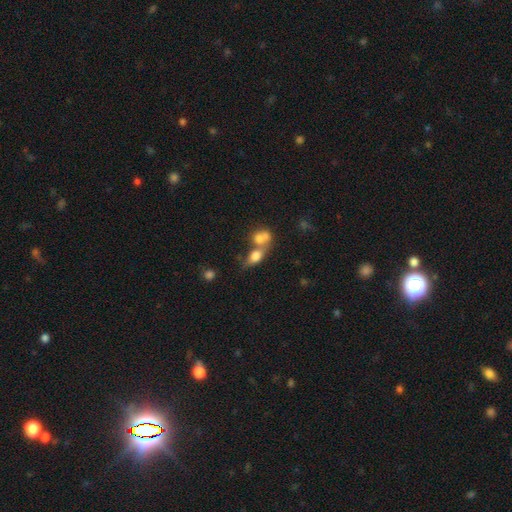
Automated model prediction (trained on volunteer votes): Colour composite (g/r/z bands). It shows a smooth galaxy with no disk features (68%) that is in between round and cigar-shaped (66%). Merging: merger (60%).